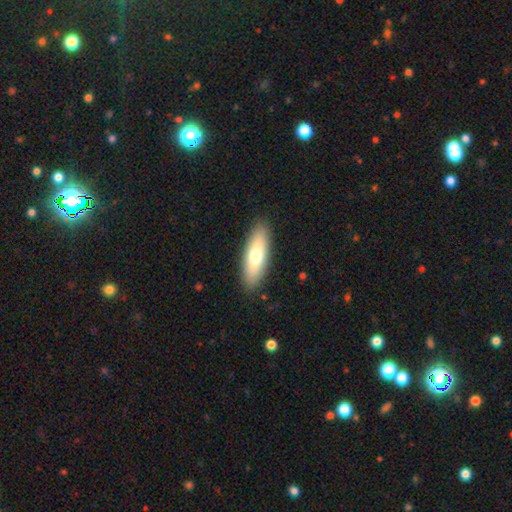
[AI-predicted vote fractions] Morphology: type=smooth (67%); roundness=in between (55%); merging=none (90%).